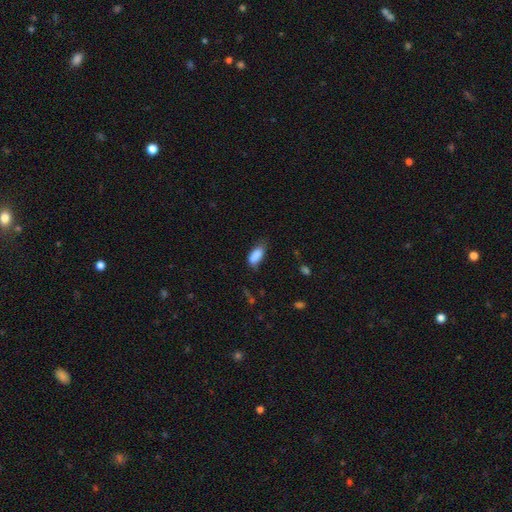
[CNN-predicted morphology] smooth-or-featured: smooth: 86% | star or artifact: 8% | featured or disk: 6%
  how-rounded: in between: 87% | cigar-shaped: 11% | round: 3%
  merging: none: 53% | minor disturbance: 34% | major disturbance: 10% | merger: 2%